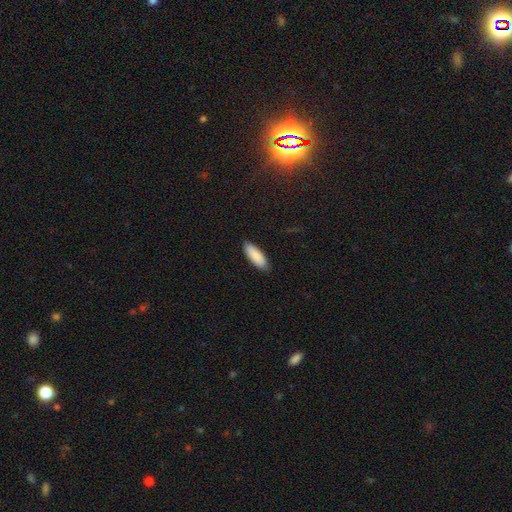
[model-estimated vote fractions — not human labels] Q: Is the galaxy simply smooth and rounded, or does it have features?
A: smooth — 89%.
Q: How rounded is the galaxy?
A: in between — 68%.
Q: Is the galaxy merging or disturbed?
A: none — 87%.